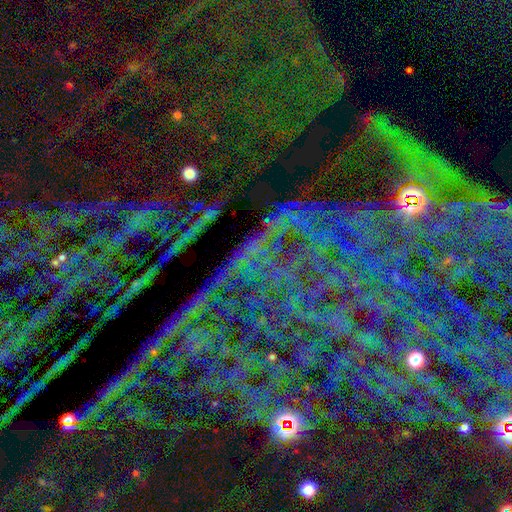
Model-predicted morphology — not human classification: type=star or artifact (81%).